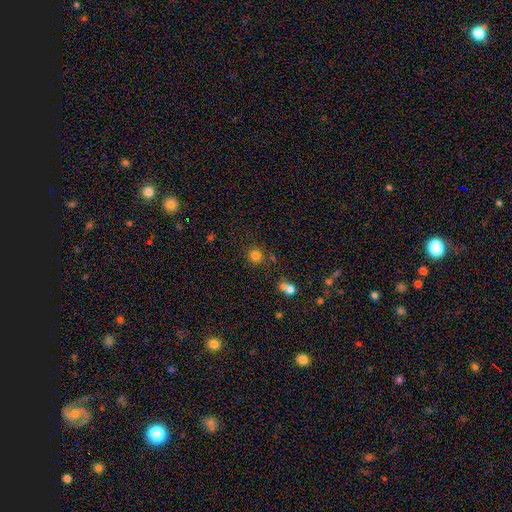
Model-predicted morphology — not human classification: Smooth or featured? smooth (79%)
How rounded? round (89%)
Merging? none (76%)